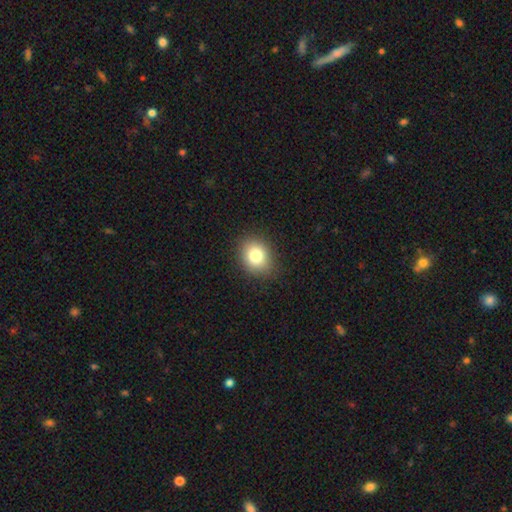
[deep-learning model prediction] smooth_or_featured: smooth (p=0.81) [alt: star or artifact p=0.11]
how_rounded: round (p=0.56) [alt: in between p=0.43]
merging: none (p=0.87) [alt: minor disturbance p=0.10]